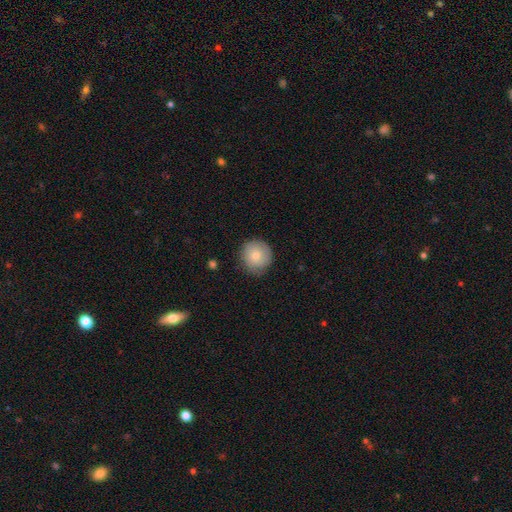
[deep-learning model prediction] smooth-or-featured: smooth: 78% | featured or disk: 15% | star or artifact: 7%
  how-rounded: round: 91% | in between: 8% | cigar-shaped: 1%
  merging: none: 80% | minor disturbance: 16% | major disturbance: 3% | merger: 1%